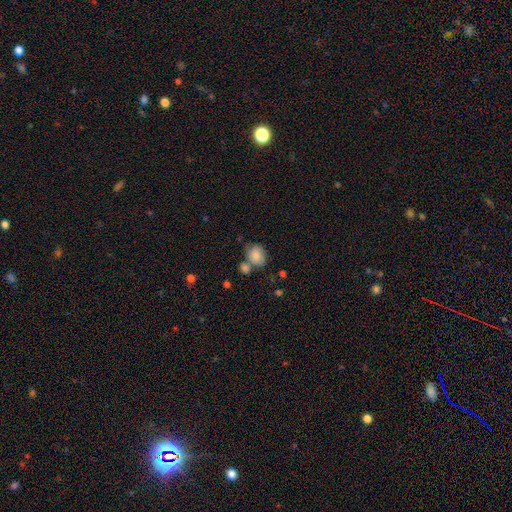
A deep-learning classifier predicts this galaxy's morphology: This appears to be a smooth galaxy with no disk features (81%) that is round (56%). Merging: none (52%).